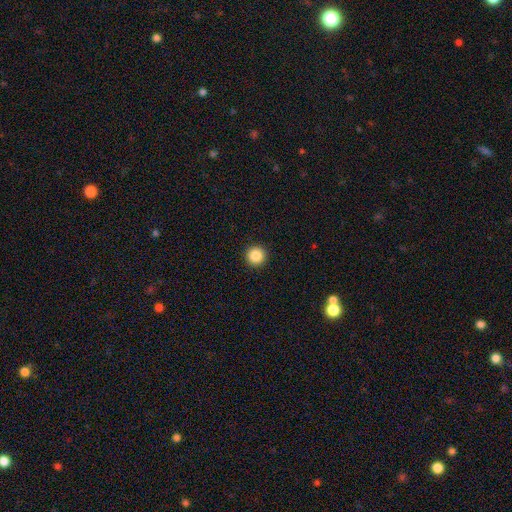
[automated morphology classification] Q: Smooth or featured?
A: smooth (86%); runner-up: star or artifact (10%)
Q: How rounded?
A: round (96%); runner-up: in between (3%)
Q: Merging?
A: none (94%); runner-up: minor disturbance (4%)